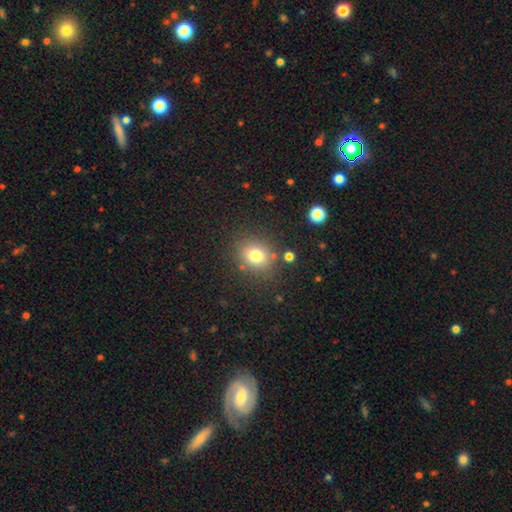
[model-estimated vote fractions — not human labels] smooth_or_featured: smooth (p=0.76) [alt: star or artifact p=0.15]
how_rounded: round (p=0.72) [alt: in between p=0.27]
merging: none (p=0.82) [alt: minor disturbance p=0.10]